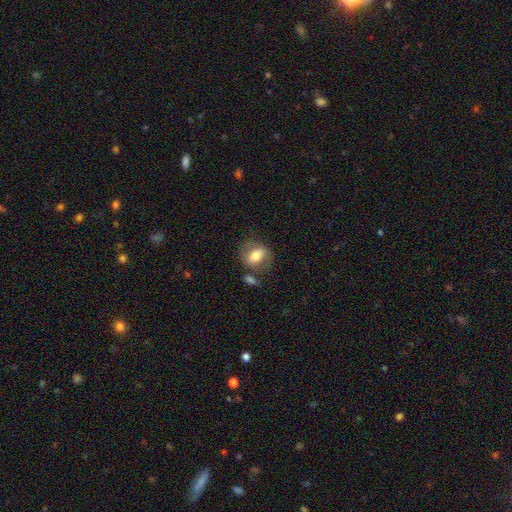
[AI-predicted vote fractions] Smooth or featured? smooth (65%)
How rounded? in between (70%)
Merging? none (61%)